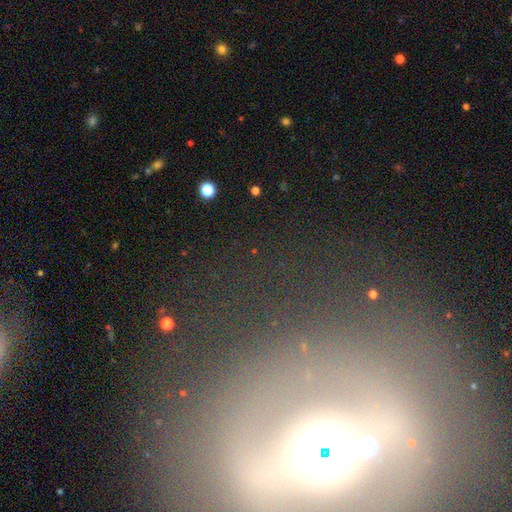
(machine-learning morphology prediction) This is marginally a featured or disk galaxy (43%). Merging: likely none (71%).